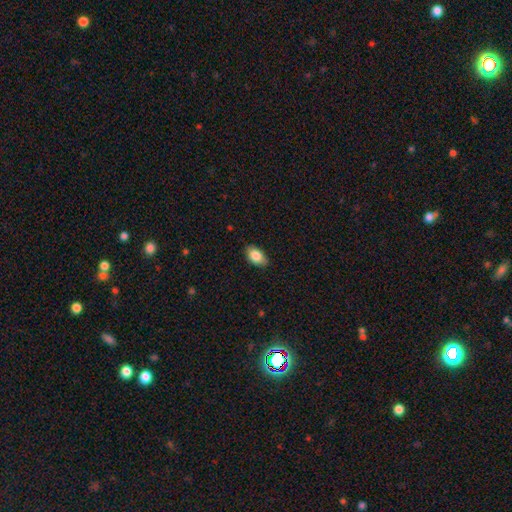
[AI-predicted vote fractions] smooth 85%, featured or disk 8%, star or artifact 7%. Down the decision tree: how rounded — in between (92%); merging — none (85%).